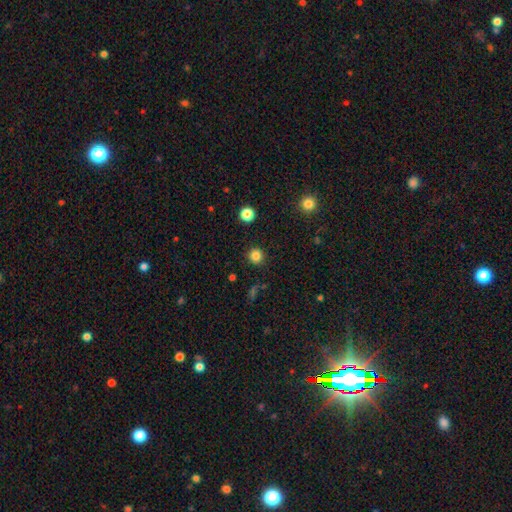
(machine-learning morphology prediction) The model was most divided on "smooth or featured": smooth: 83%, star or artifact: 13%, featured or disk: 4%. More confident: how rounded — round (94%); merging — none (91%).